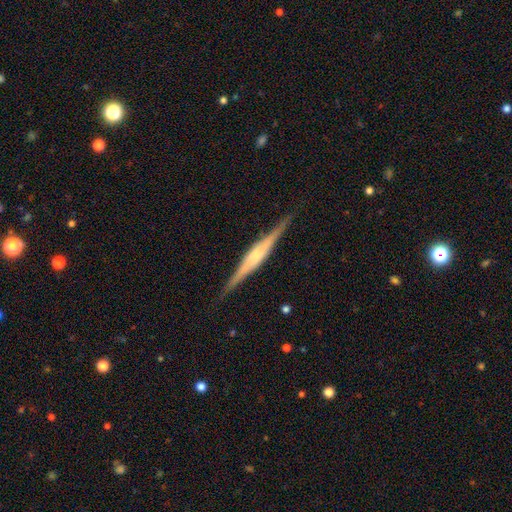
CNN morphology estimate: A featured or disk galaxy (79%) viewed edge-on (98%) with a rounded central bulge (54%). Merging: none (87%).